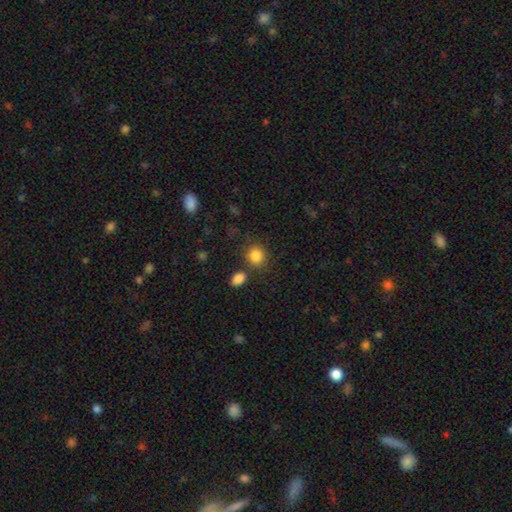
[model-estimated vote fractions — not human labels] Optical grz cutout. It shows a smooth galaxy with no disk features (85%) that is round (78%). Merging: none (75%).